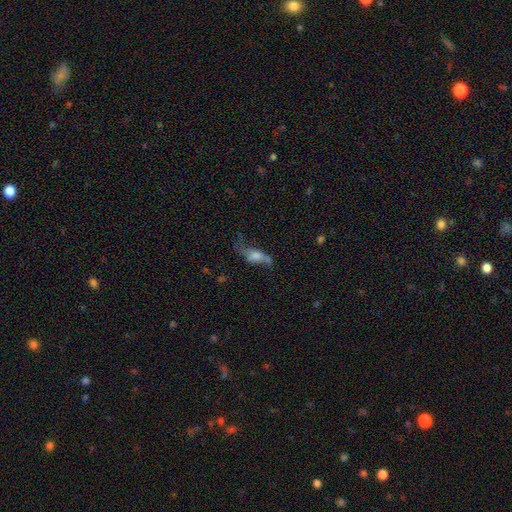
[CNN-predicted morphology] smooth-or-featured: featured or disk: 52% | smooth: 36% | star or artifact: 12%
  disk-edge-on: no: 68% | yes: 32%
  merging: none: 44% | major disturbance: 27% | minor disturbance: 24% | merger: 5%